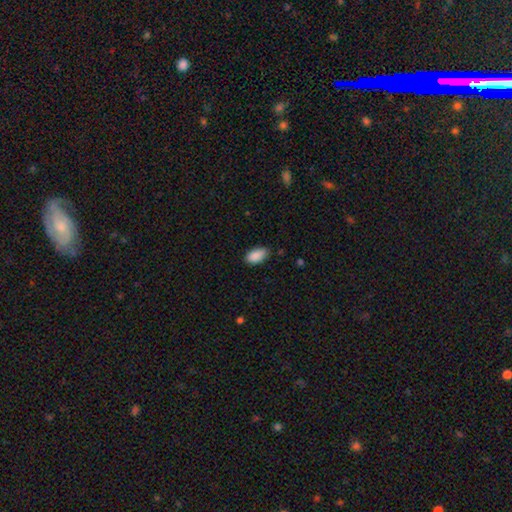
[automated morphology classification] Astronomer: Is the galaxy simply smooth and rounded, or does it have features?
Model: smooth — 90%.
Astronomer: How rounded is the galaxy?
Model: in between — 94%.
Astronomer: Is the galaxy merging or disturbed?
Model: none — 79%.